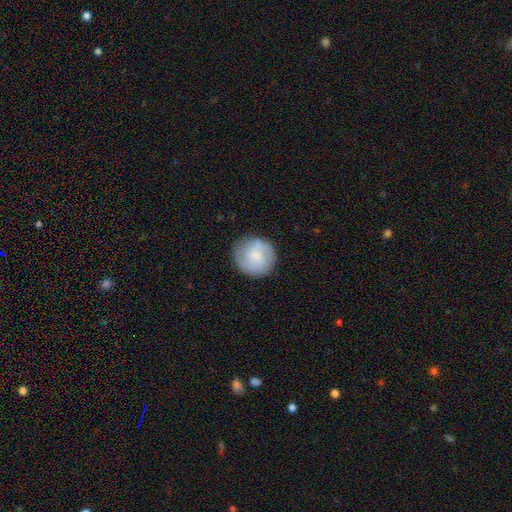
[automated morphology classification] smooth_or_featured: smooth (p=0.58) [alt: featured or disk p=0.35]
how_rounded: round (p=0.90) [alt: in between p=0.09]
merging: none (p=0.80) [alt: minor disturbance p=0.14]